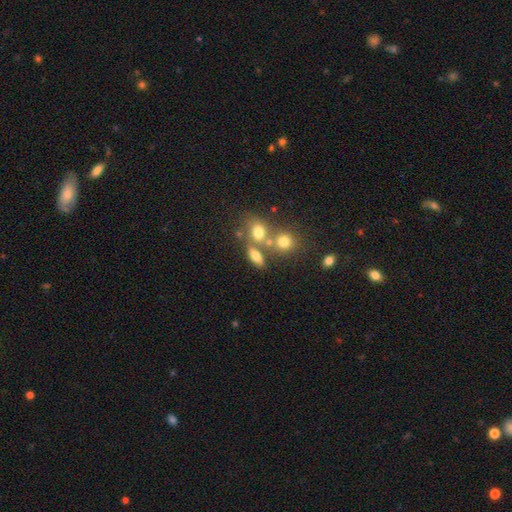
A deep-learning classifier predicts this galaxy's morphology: This appears to be a smooth galaxy with no disk features (71%) that is in between round and cigar-shaped (70%). Merging: none (54%).